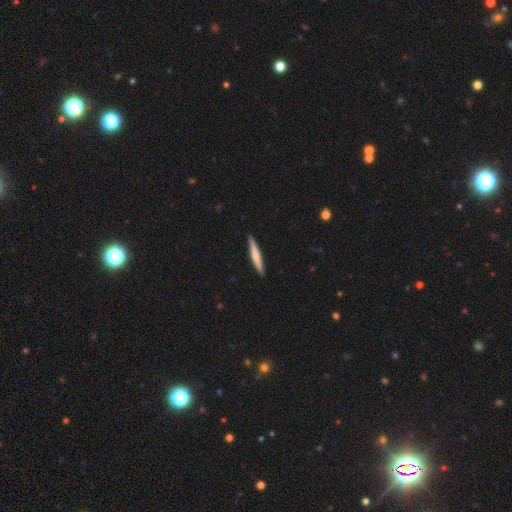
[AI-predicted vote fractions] This appears to be a smooth galaxy with no disk features (63%) that is cigar-shaped (95%). Merging: none (90%).